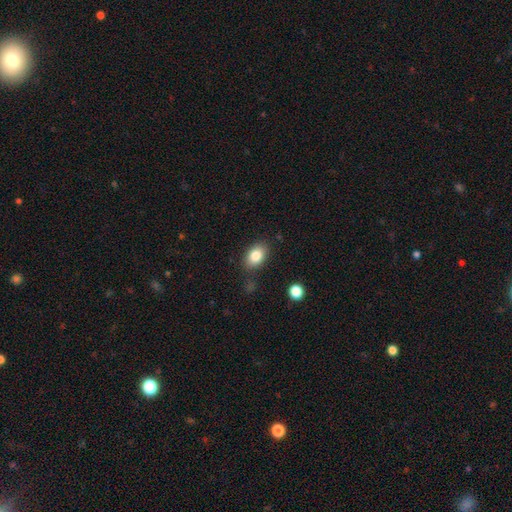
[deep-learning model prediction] This is clearly a smooth galaxy (84%). How rounded: clearly in between (84%). Merging: clearly none (81%).